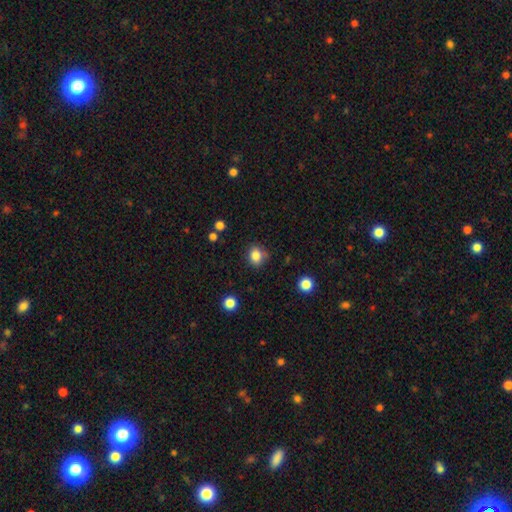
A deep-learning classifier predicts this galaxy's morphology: Smooth or featured? smooth (83%)
How rounded? round (67%)
Merging? none (75%)